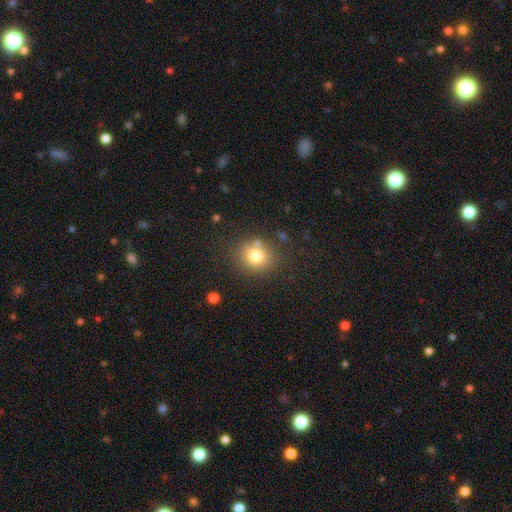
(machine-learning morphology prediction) This is likely a smooth galaxy (76%). How rounded: likely round (74%). Merging: likely none (76%).